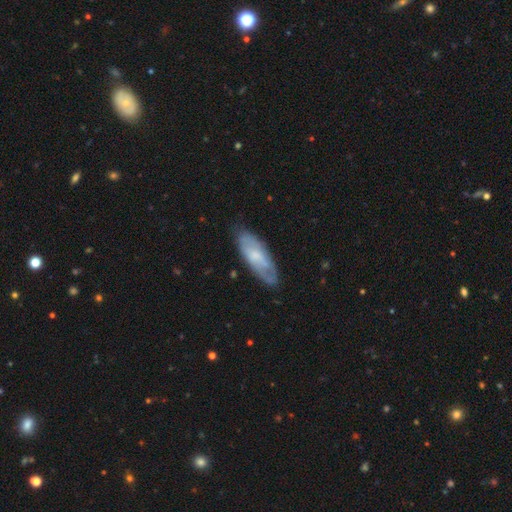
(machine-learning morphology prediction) Smooth or featured? Predicted: smooth (p=0.48). Merging? Predicted: none (p=0.72).